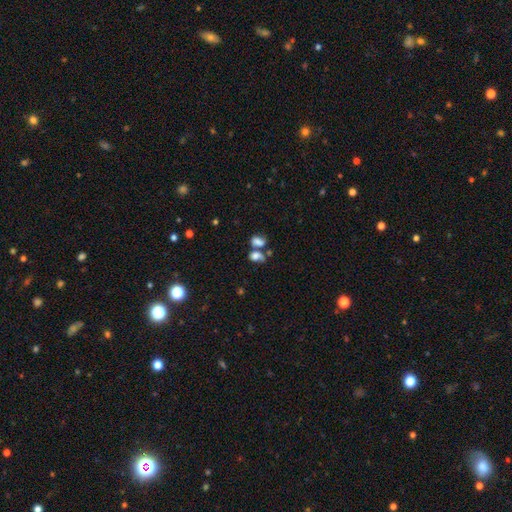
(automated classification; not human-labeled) This appears to be a smooth galaxy with no disk features (72%) that is in between round and cigar-shaped (77%). Merging: merger (53%).